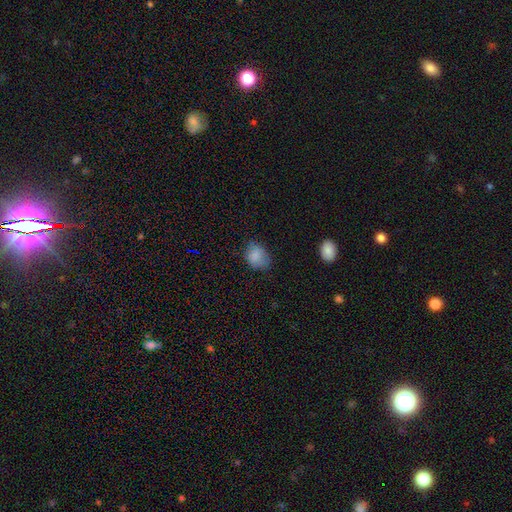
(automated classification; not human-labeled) Morphology: type=smooth (83%); roundness=in between (65%); merging=none (66%).